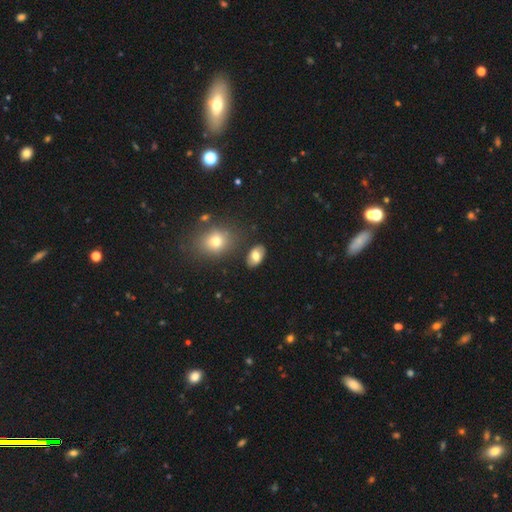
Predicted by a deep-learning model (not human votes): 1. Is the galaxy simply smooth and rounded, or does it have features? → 76% smooth, 16% featured or disk, 9% star or artifact.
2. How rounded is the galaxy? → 90% in between, 8% round, 2% cigar-shaped.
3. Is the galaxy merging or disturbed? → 81% none, 11% minor disturbance, 4% merger, 3% major disturbance.